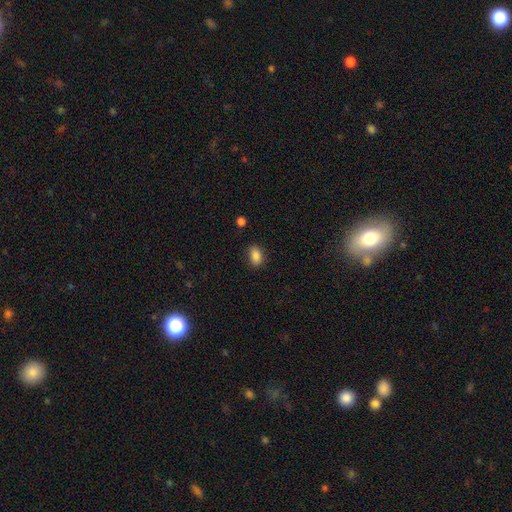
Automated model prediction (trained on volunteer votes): Smooth or featured? Predicted: smooth (p=0.87). How rounded? Predicted: in between (p=0.87). Merging? Predicted: none (p=0.85).